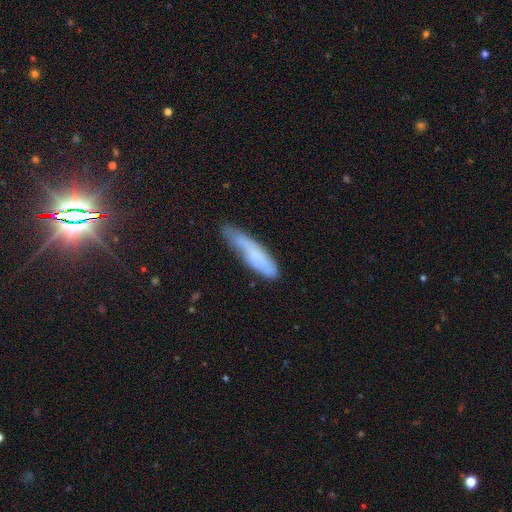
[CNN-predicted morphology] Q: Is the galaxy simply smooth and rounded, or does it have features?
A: smooth — 63%.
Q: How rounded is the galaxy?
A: cigar-shaped — 78%.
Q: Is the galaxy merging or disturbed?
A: none — 52%.